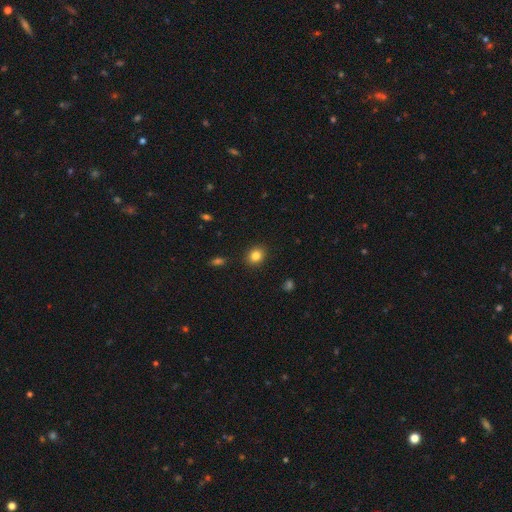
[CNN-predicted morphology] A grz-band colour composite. It shows a smooth galaxy with no disk features (83%) that is round (70%). Merging: none (90%).